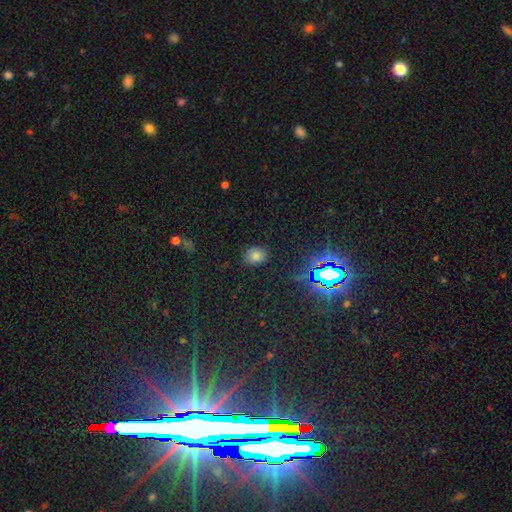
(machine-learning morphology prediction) smooth_or_featured: smooth (p=0.69) [alt: star or artifact p=0.24]
how_rounded: in between (p=0.53) [alt: round p=0.46]
merging: none (p=0.83) [alt: minor disturbance p=0.12]